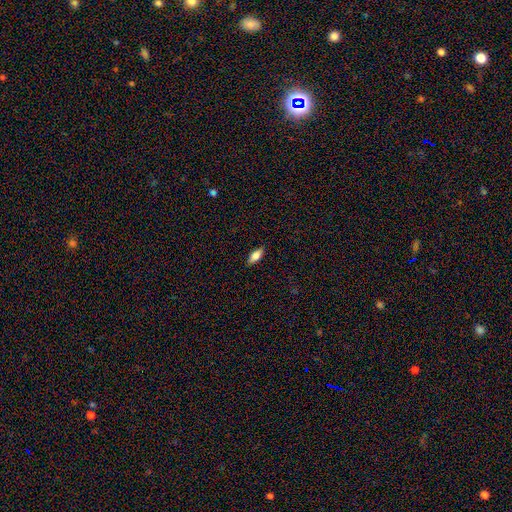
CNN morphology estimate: The model was most divided on "how rounded": in between: 80%, cigar-shaped: 17%, round: 3%. More confident: merging — none (87%); smooth or featured — smooth (79%).